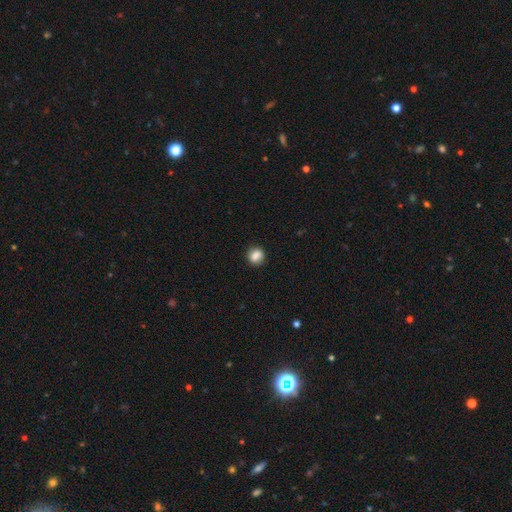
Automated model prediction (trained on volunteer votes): Smooth or featured? smooth (83%)
How rounded? round (71%)
Merging? none (85%)